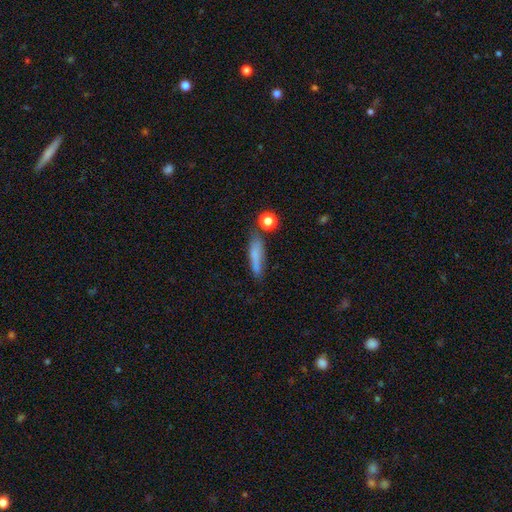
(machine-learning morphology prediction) type=smooth (73%); roundness=cigar-shaped (79%); merging=none (67%).